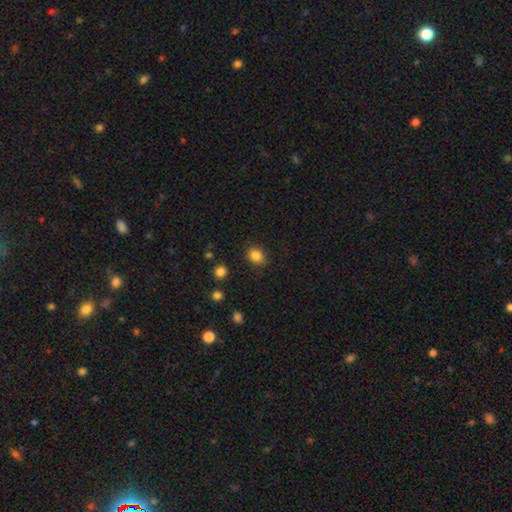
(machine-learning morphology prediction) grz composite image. It shows a smooth galaxy with no disk features (85%) that is round (55%). Merging: none (81%).